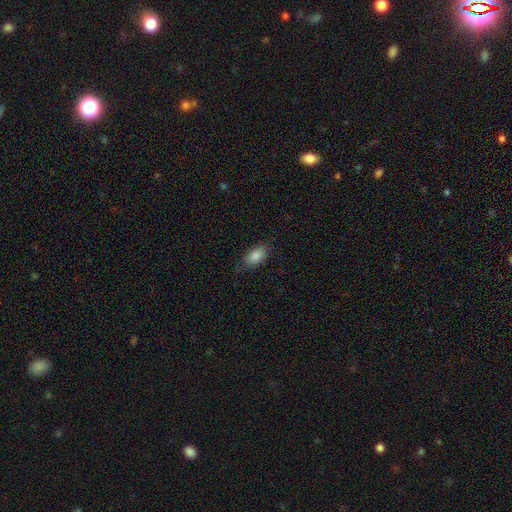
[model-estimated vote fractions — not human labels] This is clearly a smooth galaxy (85%). How rounded: clearly in between (92%). Merging: likely none (79%).